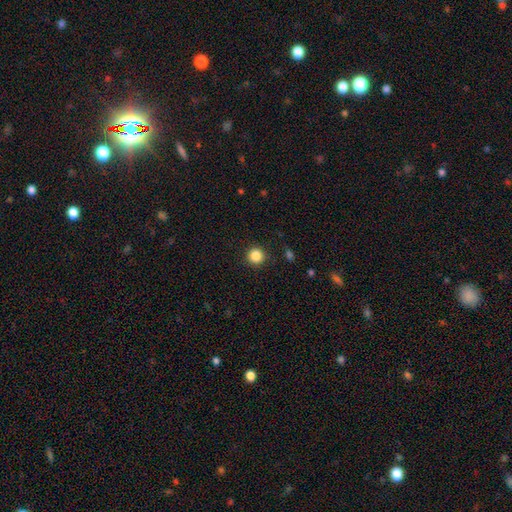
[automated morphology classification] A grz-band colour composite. It shows a smooth galaxy with no disk features (85%) that is round (95%). Merging: none (91%).